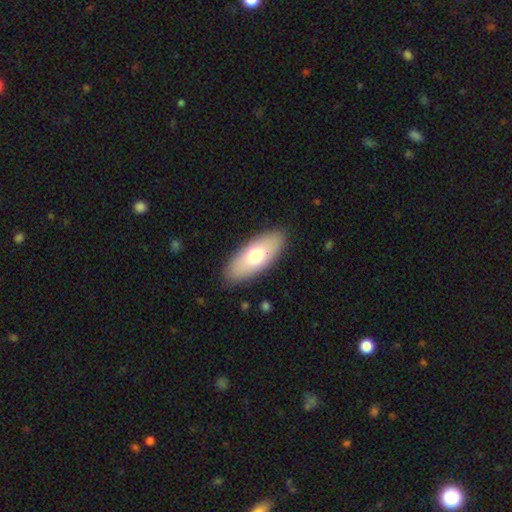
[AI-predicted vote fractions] A smooth galaxy with no disk features (69%) that is in between round and cigar-shaped (82%).

Vote fractions:
- Smooth or featured? smooth: 69% / featured or disk: 26% / star or artifact: 6%
- How rounded? in between: 82% / cigar-shaped: 15% / round: 2%
- Merging? none: 88% / minor disturbance: 9% / major disturbance: 2% / merger: 1%